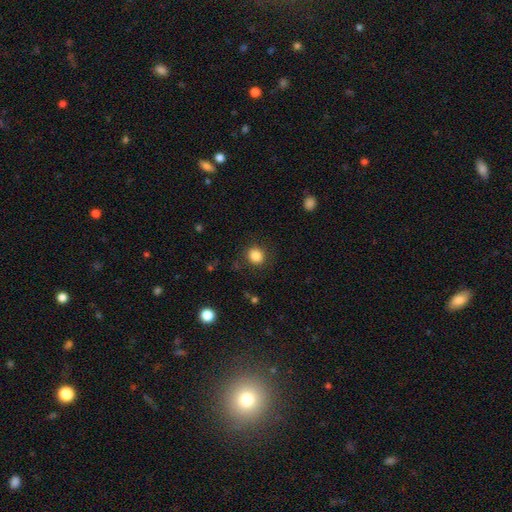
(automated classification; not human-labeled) Q: Smooth or featured?
A: smooth (85%); runner-up: star or artifact (10%)
Q: How rounded?
A: round (85%); runner-up: in between (14%)
Q: Merging?
A: none (88%); runner-up: minor disturbance (8%)